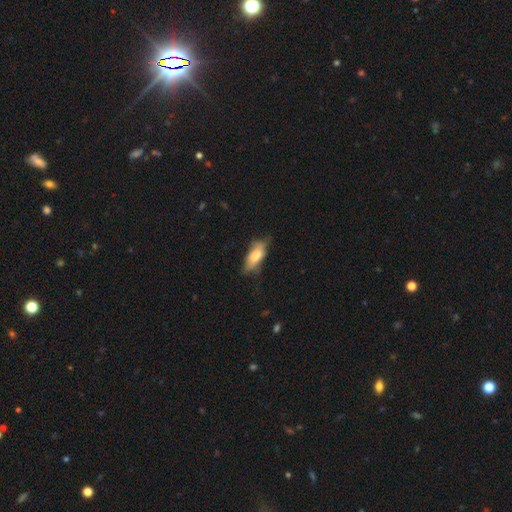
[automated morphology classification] type=smooth (74%); roundness=in between (79%); merging=none (52%).